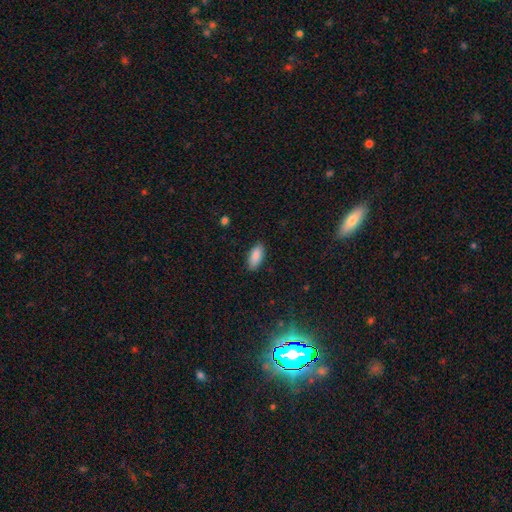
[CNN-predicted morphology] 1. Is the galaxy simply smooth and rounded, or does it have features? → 89% smooth, 7% star or artifact, 5% featured or disk.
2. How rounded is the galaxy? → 86% in between, 12% cigar-shaped, 2% round.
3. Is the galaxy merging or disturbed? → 87% none, 10% minor disturbance, 2% major disturbance, 1% merger.